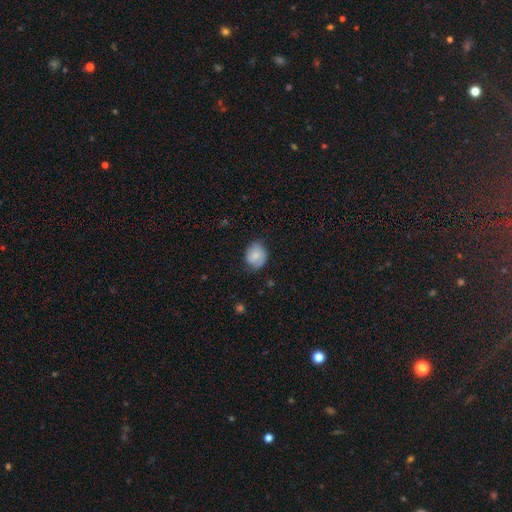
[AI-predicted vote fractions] A smooth galaxy with no disk features (71%) that is round (60%). Merging: none (64%).